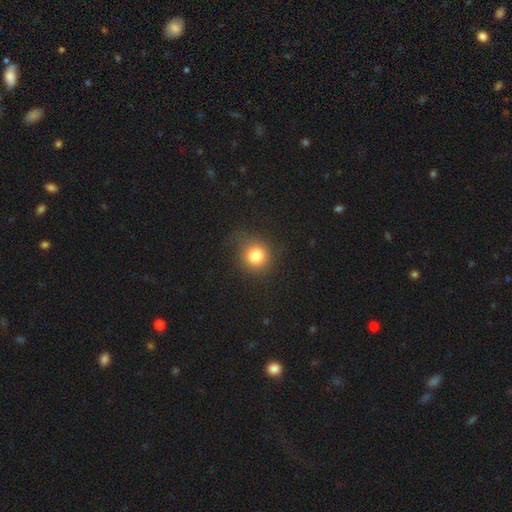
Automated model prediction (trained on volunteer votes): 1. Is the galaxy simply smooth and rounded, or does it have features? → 81% smooth, 12% star or artifact, 7% featured or disk.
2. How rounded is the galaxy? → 89% round, 10% in between, 1% cigar-shaped.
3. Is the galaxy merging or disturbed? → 79% none, 15% minor disturbance, 5% major disturbance, 1% merger.